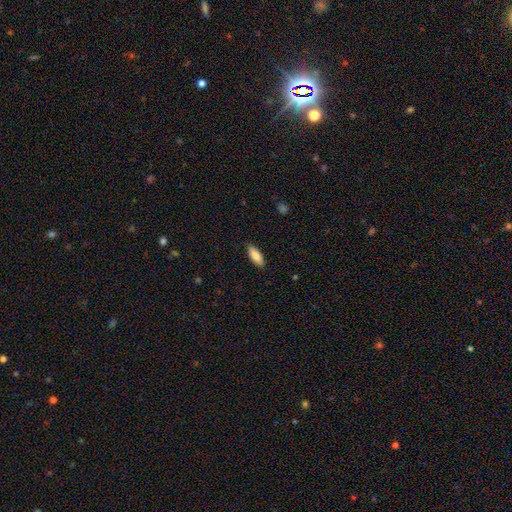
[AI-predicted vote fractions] Overall: smooth (84%). How rounded: in between (74%). Merging: none (88%).